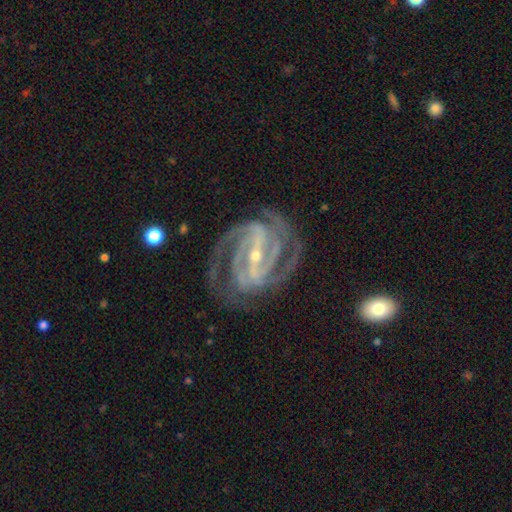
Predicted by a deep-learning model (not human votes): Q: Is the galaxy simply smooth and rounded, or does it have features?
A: featured or disk — 94%.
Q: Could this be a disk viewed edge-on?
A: no — 97%.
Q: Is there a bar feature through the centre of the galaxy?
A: strong — 71%.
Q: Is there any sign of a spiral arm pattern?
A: yes — 99%.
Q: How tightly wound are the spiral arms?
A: tight — 56%.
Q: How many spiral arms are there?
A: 3 — 35%.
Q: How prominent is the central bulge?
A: small — 68%.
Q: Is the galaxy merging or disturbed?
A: none — 76%.